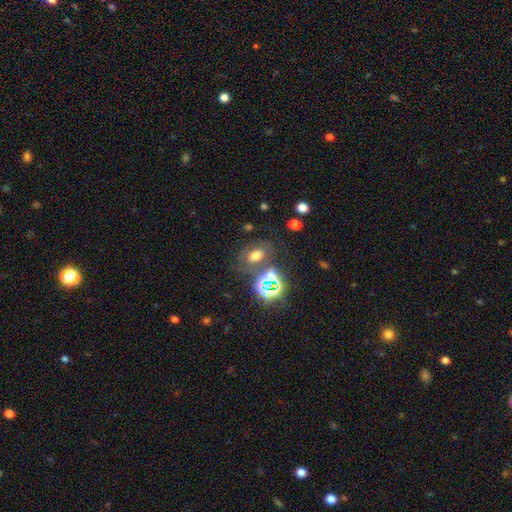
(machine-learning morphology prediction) Smooth or featured? smooth (54%)
How rounded? in between (73%)
Merging? none (60%)